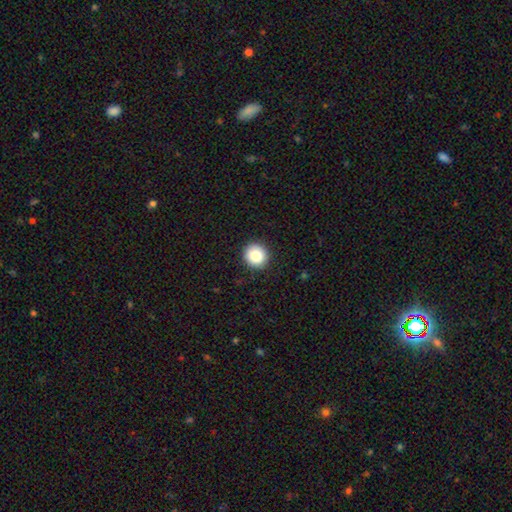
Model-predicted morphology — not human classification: Smooth or featured? smooth (86%)
How rounded? round (90%)
Merging? none (92%)